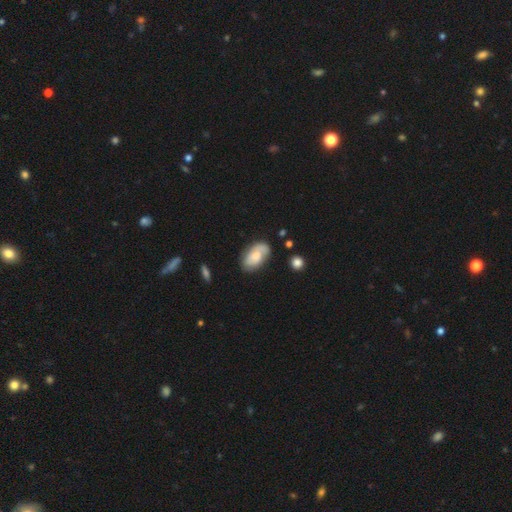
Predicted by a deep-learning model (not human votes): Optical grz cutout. It shows a smooth galaxy with no disk features (54%) that is in between round and cigar-shaped (92%). Merging: none (67%).